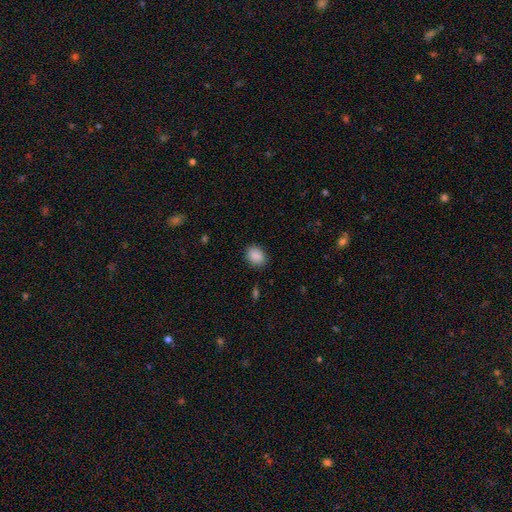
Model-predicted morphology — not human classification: A smooth galaxy with no disk features (89%) that is in between round and cigar-shaped (61%). Merging: none (86%).